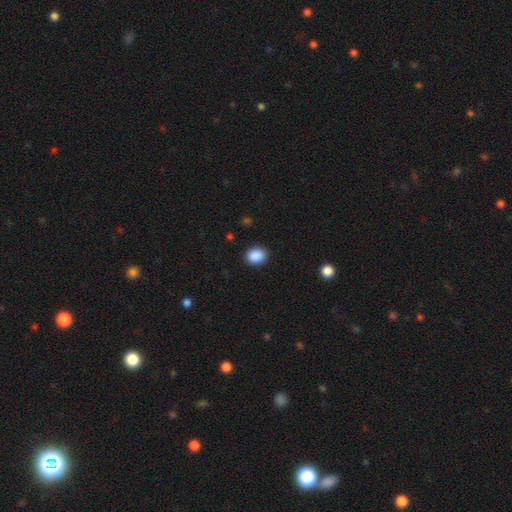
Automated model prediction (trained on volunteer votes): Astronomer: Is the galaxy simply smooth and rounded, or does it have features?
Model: smooth — 89%.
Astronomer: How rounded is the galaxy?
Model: round — 50% (runner-up: in between, 49%).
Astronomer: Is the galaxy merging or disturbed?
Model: none — 89%.